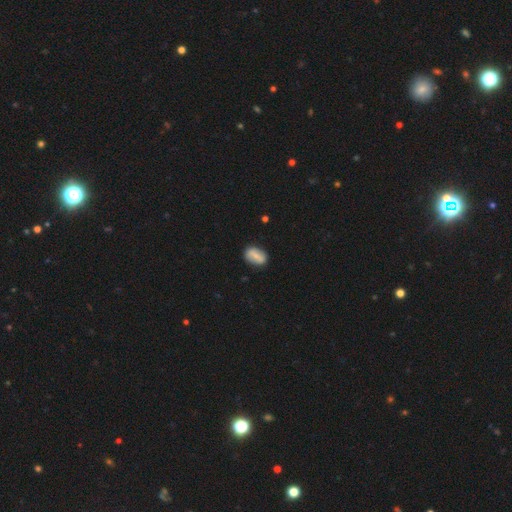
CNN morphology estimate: This is possibly a smooth galaxy (58%). How rounded: clearly in between (85%). Merging: clearly none (81%).